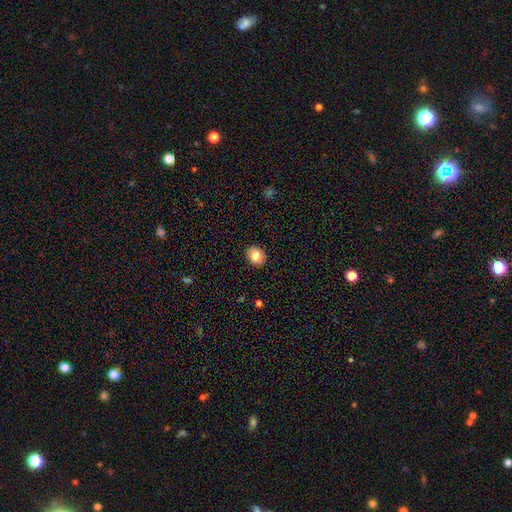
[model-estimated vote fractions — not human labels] Smooth or featured? Predicted: smooth (p=0.84). How rounded? Predicted: round (p=0.51). Merging? Predicted: none (p=0.91).